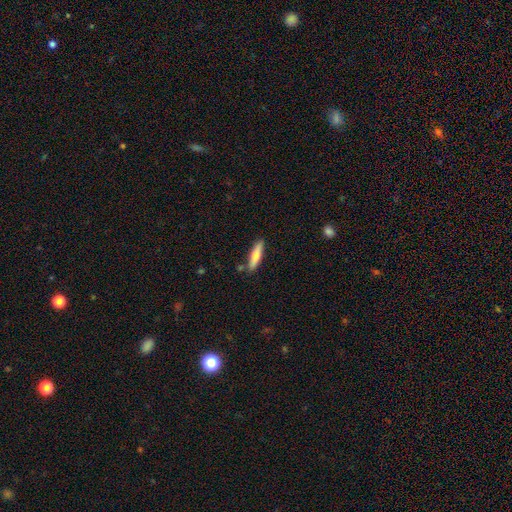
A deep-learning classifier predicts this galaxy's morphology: Smooth or featured? smooth (70%)
How rounded? cigar-shaped (76%)
Merging? none (81%)